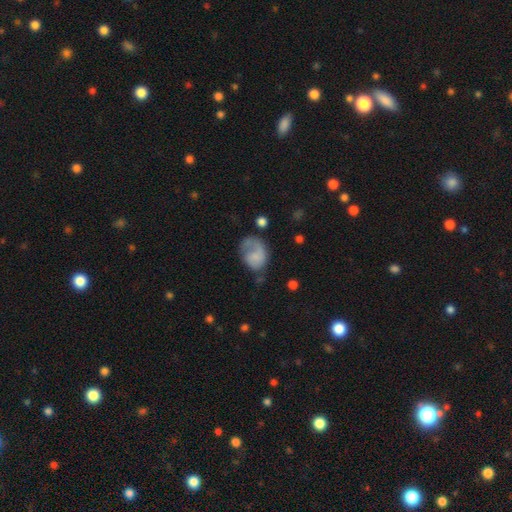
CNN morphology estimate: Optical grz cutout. It shows a smooth galaxy with no disk features (55%) that is in between round and cigar-shaped (62%). Merging: major disturbance (39%).